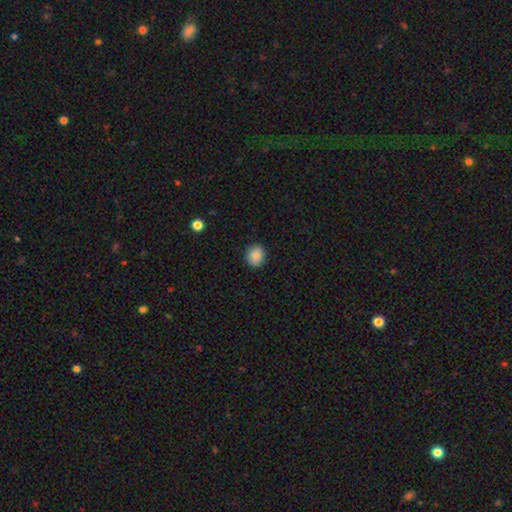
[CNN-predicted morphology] Q: Smooth or featured?
A: smooth (88%); runner-up: star or artifact (9%)
Q: How rounded?
A: round (74%); runner-up: in between (25%)
Q: Merging?
A: none (89%); runner-up: minor disturbance (8%)